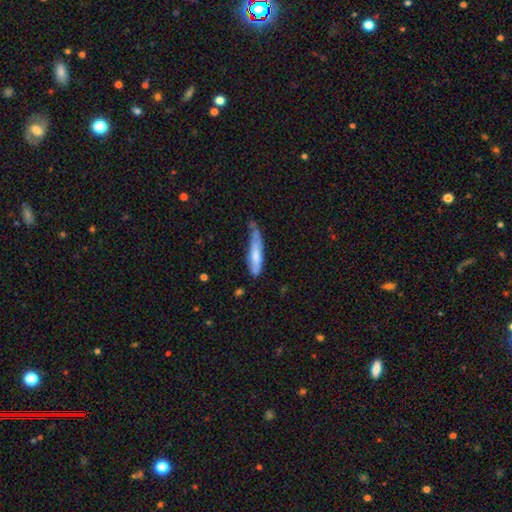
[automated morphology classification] Smooth or featured? smooth (67%)
How rounded? cigar-shaped (76%)
Merging? minor disturbance (41%)